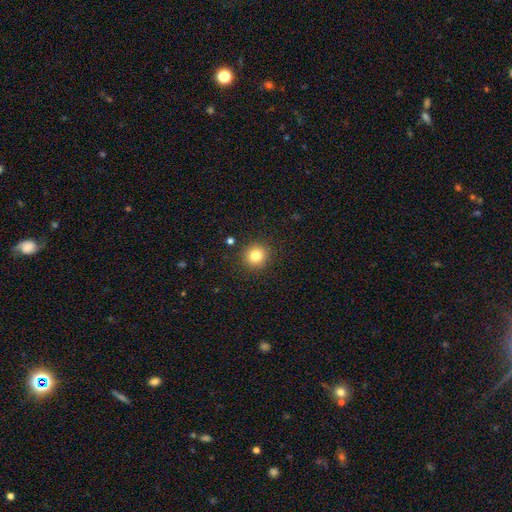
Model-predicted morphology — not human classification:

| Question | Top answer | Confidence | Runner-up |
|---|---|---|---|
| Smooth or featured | smooth | 81% | star or artifact (12%) |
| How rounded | round | 93% | in between (6%) |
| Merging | none | 90% | minor disturbance (6%) |